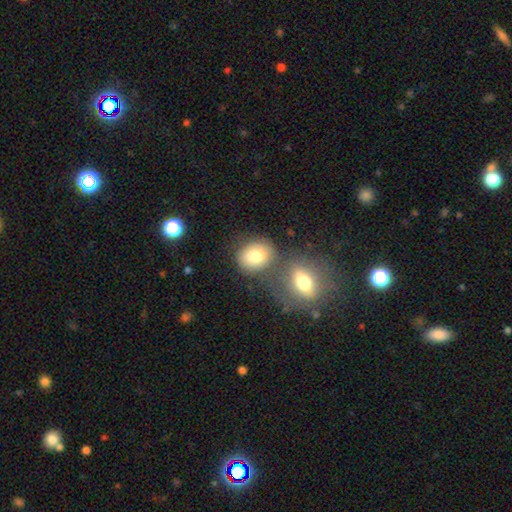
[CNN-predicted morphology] smooth-or-featured: smooth: 77% | featured or disk: 13% | star or artifact: 10%
  how-rounded: round: 63% | in between: 36% | cigar-shaped: 1%
  merging: none: 64% | merger: 19% | minor disturbance: 12% | major disturbance: 4%